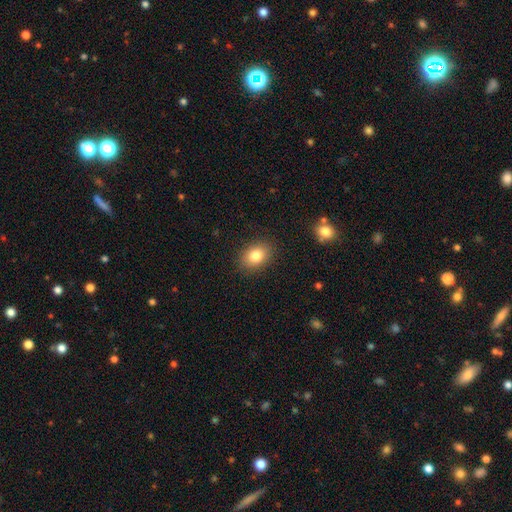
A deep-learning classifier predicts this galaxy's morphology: Smooth or featured?
  - smooth: 83% *
  - star or artifact: 9%
  - featured or disk: 8%
How rounded?
  - in between: 71% *
  - round: 28%
  - cigar-shaped: 1%
Merging?
  - none: 87% *
  - minor disturbance: 9%
  - major disturbance: 3%
  - merger: 1%